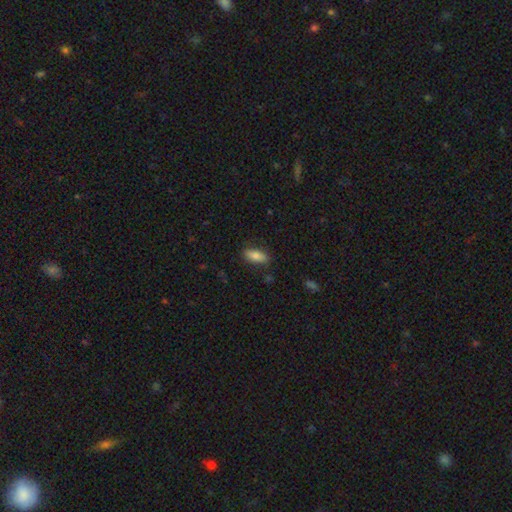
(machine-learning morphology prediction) smooth_or_featured: smooth (p=0.83) [alt: featured or disk p=0.10]
how_rounded: in between (p=0.76) [alt: cigar-shaped p=0.22]
merging: none (p=0.82) [alt: minor disturbance p=0.13]